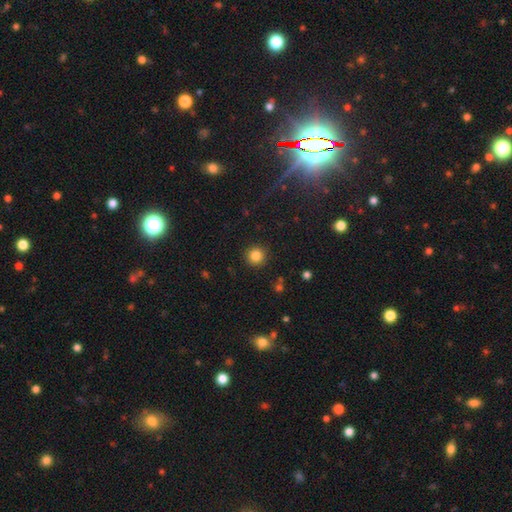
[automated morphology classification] The model was most divided on "smooth or featured": smooth: 84%, star or artifact: 11%, featured or disk: 4%. More confident: how rounded — round (95%); merging — none (91%).